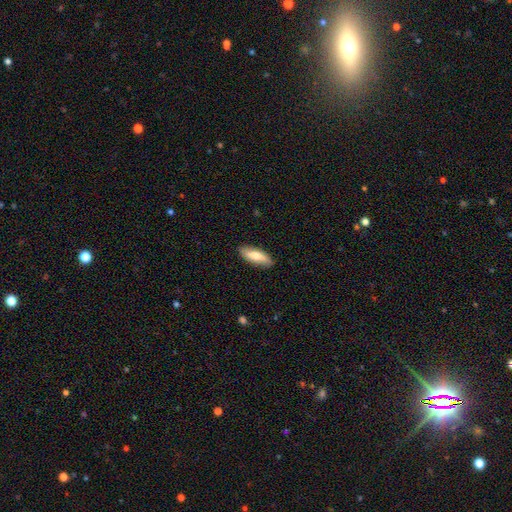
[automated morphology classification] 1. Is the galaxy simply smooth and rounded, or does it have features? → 67% smooth, 28% featured or disk, 5% star or artifact.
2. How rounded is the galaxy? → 63% in between, 35% cigar-shaped, 3% round.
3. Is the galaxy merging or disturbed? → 88% none, 9% minor disturbance, 2% major disturbance, 1% merger.